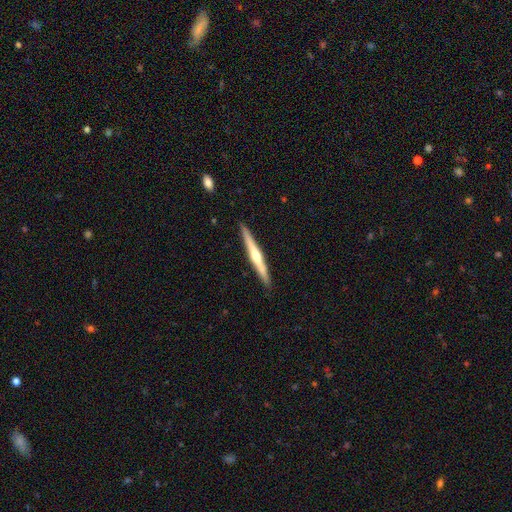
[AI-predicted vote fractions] Overall: featured or disk (70%). Edge-on disk: yes (98%). Edge-on bulge: rounded (85%). Merging: none (91%).